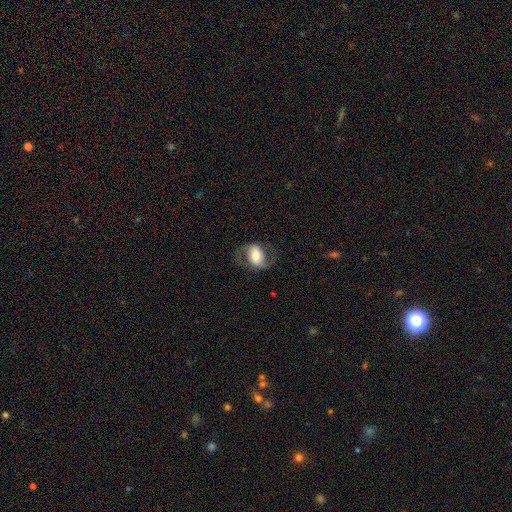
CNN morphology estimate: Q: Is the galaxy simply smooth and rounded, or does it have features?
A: featured or disk — 69%.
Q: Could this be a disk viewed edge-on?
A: no — 96%.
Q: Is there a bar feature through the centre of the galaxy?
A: weak — 36%.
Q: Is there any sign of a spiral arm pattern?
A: yes — 86%.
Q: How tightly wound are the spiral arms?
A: medium — 50%.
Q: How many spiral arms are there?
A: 2 — 91%.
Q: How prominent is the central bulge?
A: moderate — 41%.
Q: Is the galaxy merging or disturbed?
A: none — 73%.